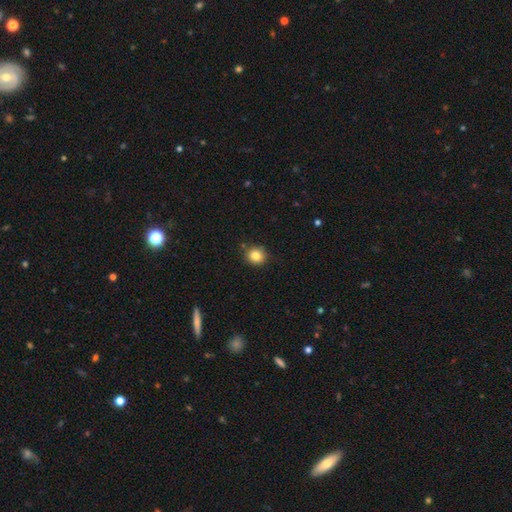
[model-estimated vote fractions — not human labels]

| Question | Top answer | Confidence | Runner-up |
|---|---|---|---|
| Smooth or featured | smooth | 84% | star or artifact (11%) |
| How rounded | round | 84% | in between (15%) |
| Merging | none | 87% | minor disturbance (9%) |